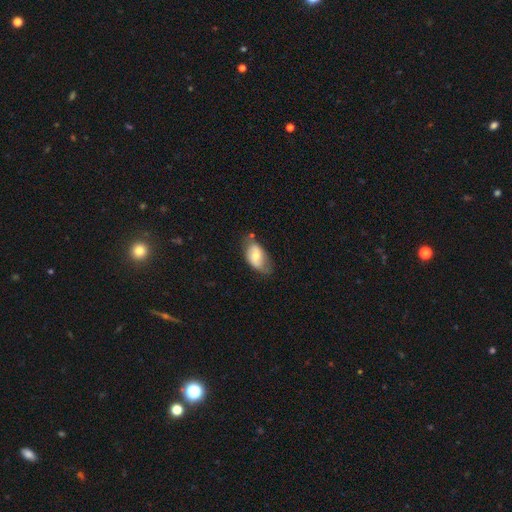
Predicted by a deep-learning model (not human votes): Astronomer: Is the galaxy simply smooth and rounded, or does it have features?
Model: smooth — 61%.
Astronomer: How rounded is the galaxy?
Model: in between — 92%.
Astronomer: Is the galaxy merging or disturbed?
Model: none — 57%.